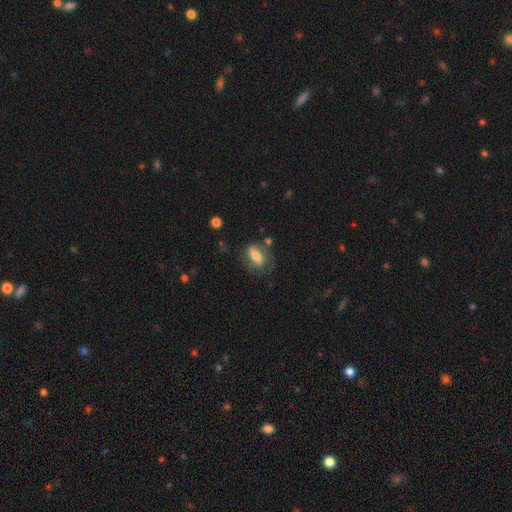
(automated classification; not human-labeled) Smooth or featured: smooth — 49% (featured or disk — 44%)
Merging: none — 57% (minor disturbance — 22%)